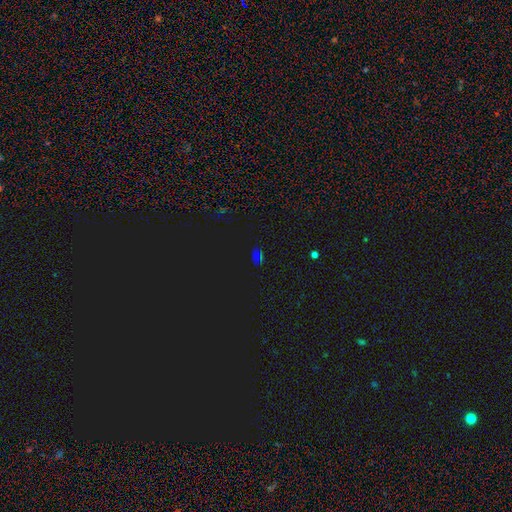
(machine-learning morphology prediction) Overall: star or artifact (63%; smooth 29%).